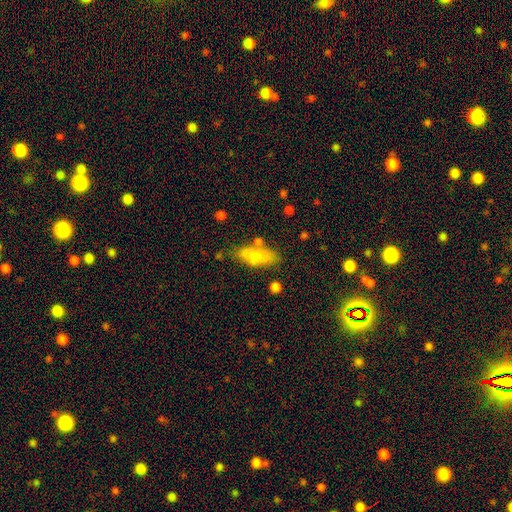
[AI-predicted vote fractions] Smooth or featured? smooth (80%)
How rounded? in between (65%)
Merging? none (71%)